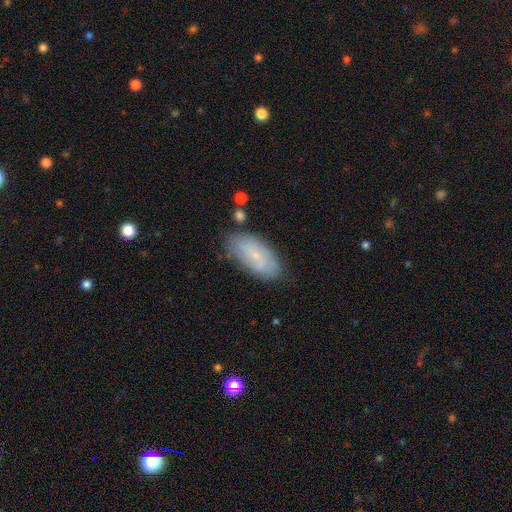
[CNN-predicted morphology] Smooth or featured? Predicted: featured or disk (p=0.53). Edge-on disk? Predicted: no (p=0.91). Merging? Predicted: none (p=0.74).